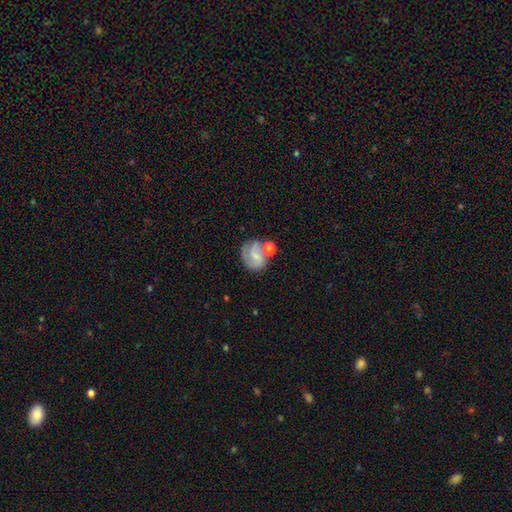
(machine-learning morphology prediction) Smooth or featured?
  - featured or disk: 49% *
  - smooth: 42%
  - star or artifact: 9%
Merging?
  - none: 43% *
  - merger: 27%
  - minor disturbance: 19%
  - major disturbance: 11%